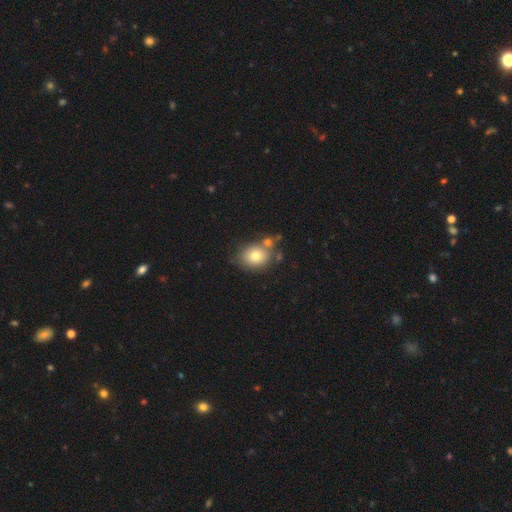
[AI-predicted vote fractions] Q: Smooth or featured?
A: smooth (75%); runner-up: featured or disk (14%)
Q: How rounded?
A: round (51%); runner-up: in between (48%)
Q: Merging?
A: none (62%); runner-up: merger (18%)